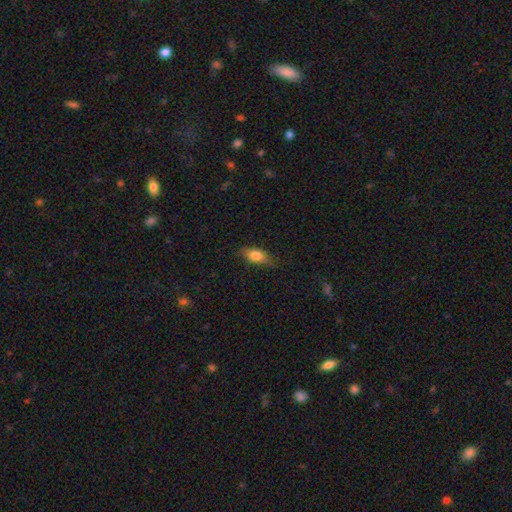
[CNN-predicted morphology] Smooth or featured?
  - smooth: 77% *
  - featured or disk: 15%
  - star or artifact: 8%
How rounded?
  - in between: 78% *
  - cigar-shaped: 16%
  - round: 5%
Merging?
  - none: 76% *
  - minor disturbance: 18%
  - major disturbance: 4%
  - merger: 1%